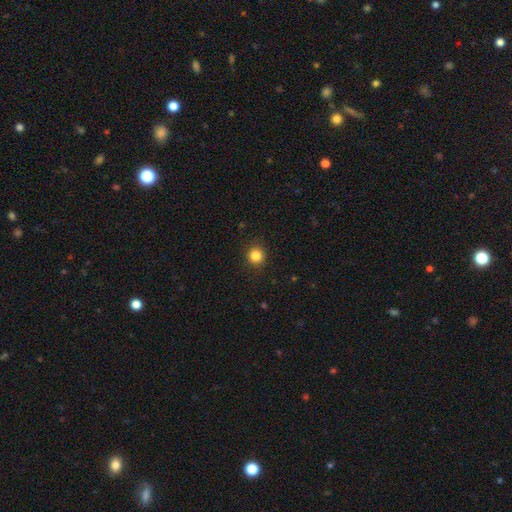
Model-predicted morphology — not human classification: type=smooth (85%); roundness=round (93%); merging=none (92%).